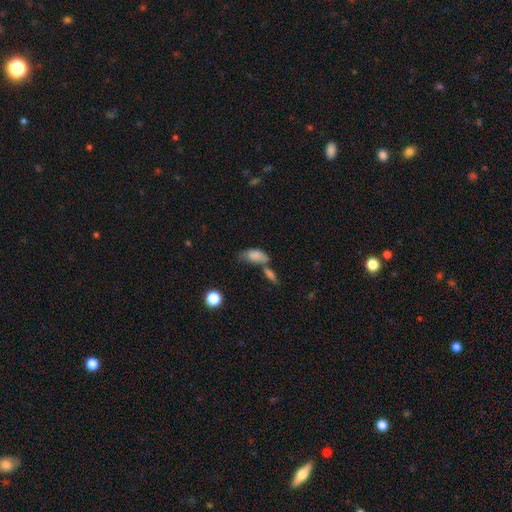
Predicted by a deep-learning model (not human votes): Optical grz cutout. It shows a smooth galaxy with no disk features (78%) that is in between round and cigar-shaped (88%). Merging: merger (40%).